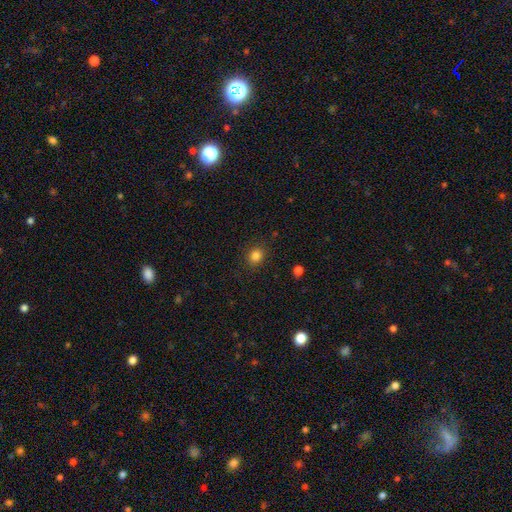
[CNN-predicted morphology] The model was most divided on "how rounded": round: 78%, in between: 21%, cigar-shaped: 1%. More confident: merging — none (88%); smooth or featured — smooth (83%).